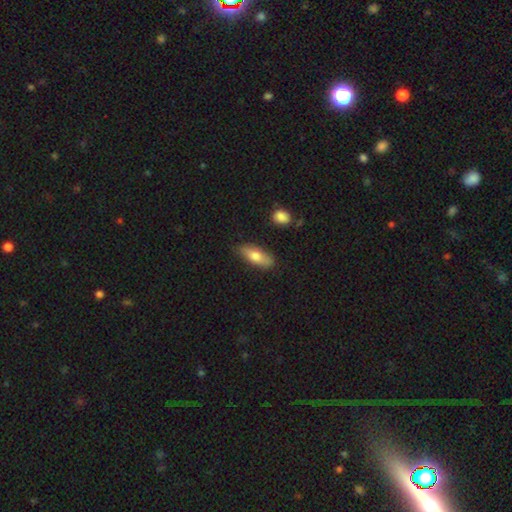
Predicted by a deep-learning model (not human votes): Smooth or featured?
  - smooth: 74% *
  - featured or disk: 19%
  - star or artifact: 6%
How rounded?
  - in between: 71% *
  - cigar-shaped: 26%
  - round: 3%
Merging?
  - none: 80% *
  - minor disturbance: 15%
  - major disturbance: 3%
  - merger: 2%